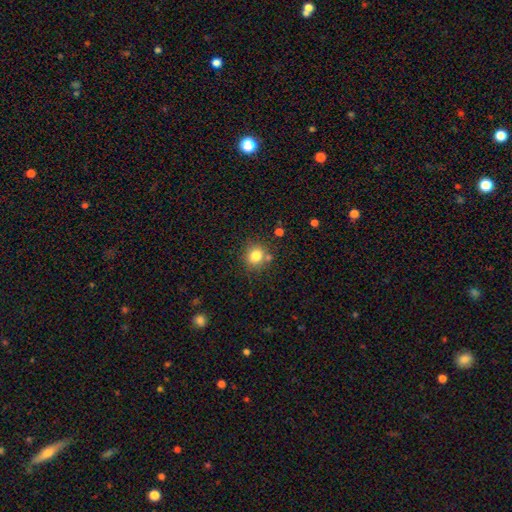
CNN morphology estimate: type=smooth (80%); roundness=round (80%); merging=none (73%).